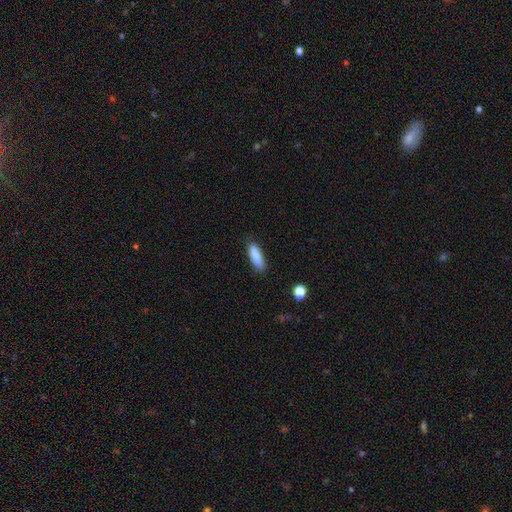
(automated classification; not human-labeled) Q: Smooth or featured?
A: smooth (87%); runner-up: star or artifact (7%)
Q: How rounded?
A: cigar-shaped (55%); runner-up: in between (43%)
Q: Merging?
A: none (85%); runner-up: minor disturbance (11%)